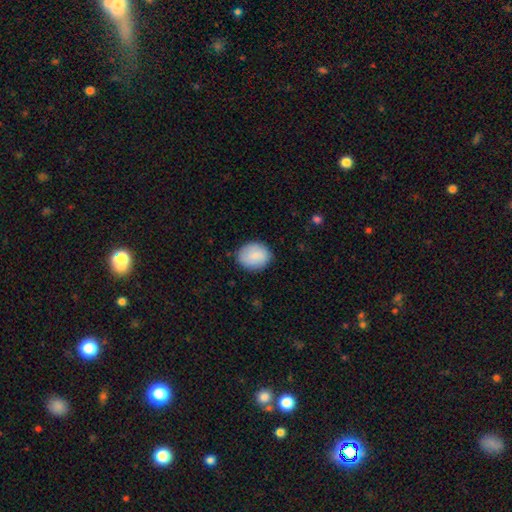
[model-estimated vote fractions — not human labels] Smooth or featured?
  - smooth: 84% *
  - featured or disk: 10%
  - star or artifact: 6%
How rounded?
  - round: 56% *
  - in between: 43%
  - cigar-shaped: 1%
Merging?
  - none: 84% *
  - minor disturbance: 12%
  - major disturbance: 3%
  - merger: 1%